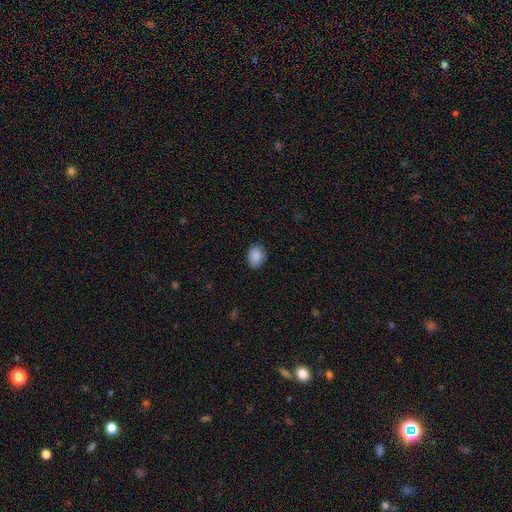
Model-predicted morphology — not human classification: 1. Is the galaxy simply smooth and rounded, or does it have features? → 88% smooth, 8% star or artifact, 4% featured or disk.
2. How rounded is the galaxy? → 61% in between, 38% round, 1% cigar-shaped.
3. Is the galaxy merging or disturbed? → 82% none, 14% minor disturbance, 3% major disturbance, 1% merger.